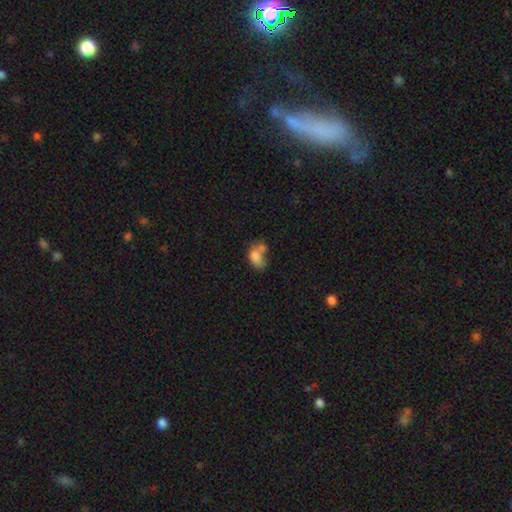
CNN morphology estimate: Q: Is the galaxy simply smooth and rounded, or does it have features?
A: smooth — 76%.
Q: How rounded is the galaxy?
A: in between — 77%.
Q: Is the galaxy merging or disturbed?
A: merger — 53%.